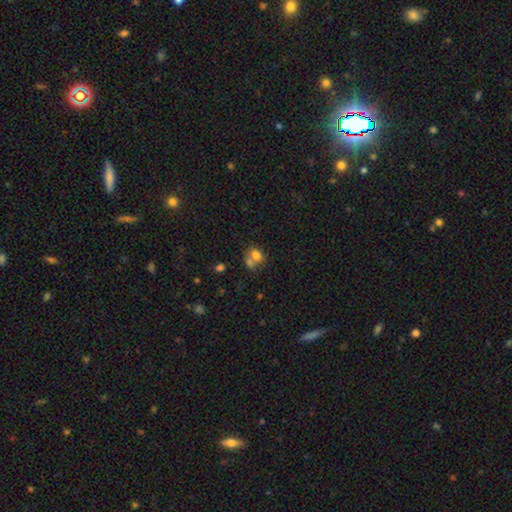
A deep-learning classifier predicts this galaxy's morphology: smooth-or-featured: smooth: 75% | featured or disk: 13% | star or artifact: 12%
  how-rounded: in between: 68% | round: 30% | cigar-shaped: 1%
  merging: merger: 54% | none: 31% | minor disturbance: 10% | major disturbance: 5%